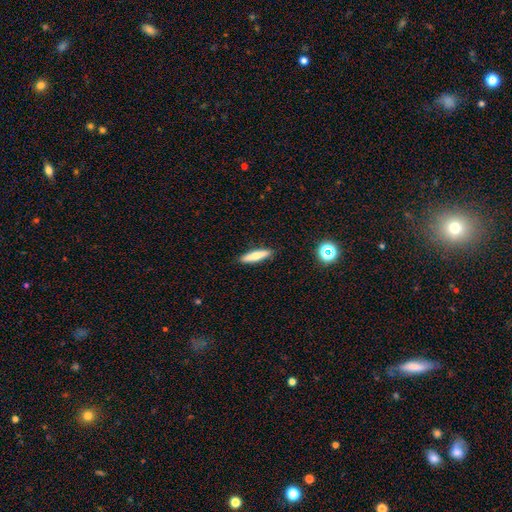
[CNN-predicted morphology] Smooth or featured? smooth (63%)
How rounded? cigar-shaped (81%)
Merging? none (90%)